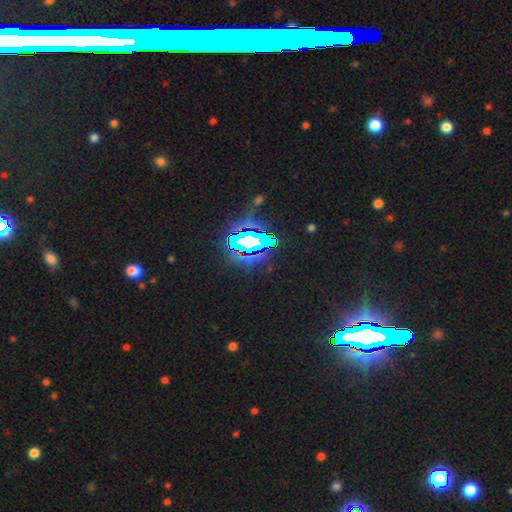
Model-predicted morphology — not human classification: Smooth or featured? star or artifact (78%)